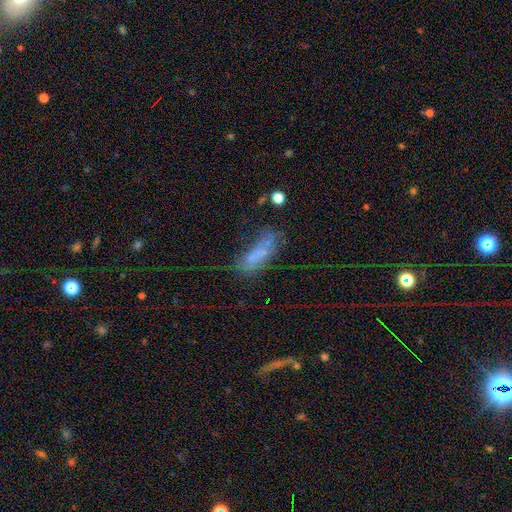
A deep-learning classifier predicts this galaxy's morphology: The model was most divided on "merging": none: 39%, minor disturbance: 25%, major disturbance: 24%, merger: 11%. More confident: smooth or featured — smooth (58%); how rounded — in between (56%).